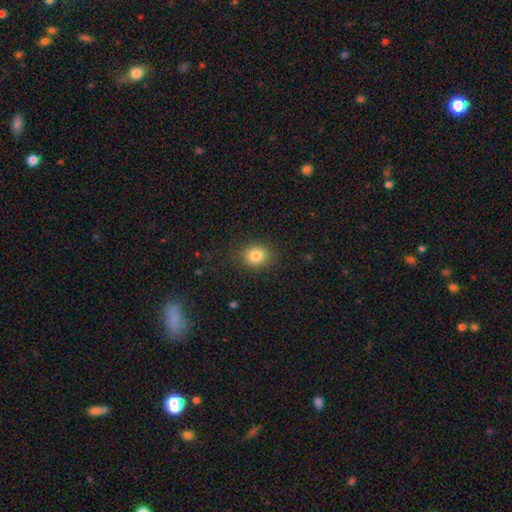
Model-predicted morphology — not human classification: The model was most divided on "how rounded": round: 72%, in between: 27%, cigar-shaped: 1%. More confident: merging — none (86%); smooth or featured — smooth (83%).